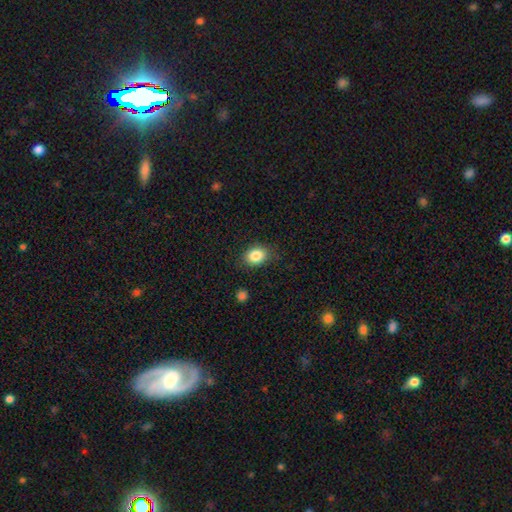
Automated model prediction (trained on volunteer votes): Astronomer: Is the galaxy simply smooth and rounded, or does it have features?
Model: smooth — 85%.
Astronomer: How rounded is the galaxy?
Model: in between — 60% (runner-up: round, 39%).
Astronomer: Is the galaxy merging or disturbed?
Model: none — 83%.